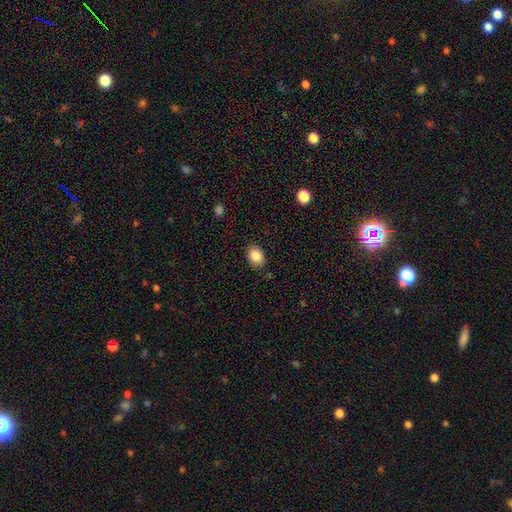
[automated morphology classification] Smooth or featured? smooth (86%)
How rounded? in between (64%)
Merging? none (84%)